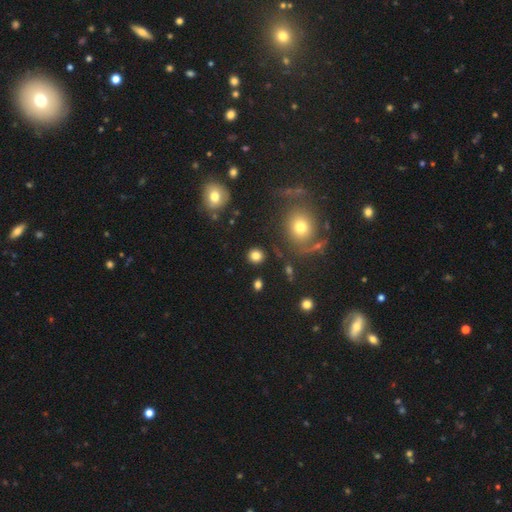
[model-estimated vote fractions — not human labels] Smooth or featured?
  - smooth: 81% *
  - star or artifact: 13%
  - featured or disk: 6%
How rounded?
  - round: 87% *
  - in between: 12%
  - cigar-shaped: 1%
Merging?
  - none: 87% *
  - minor disturbance: 7%
  - merger: 3%
  - major disturbance: 3%